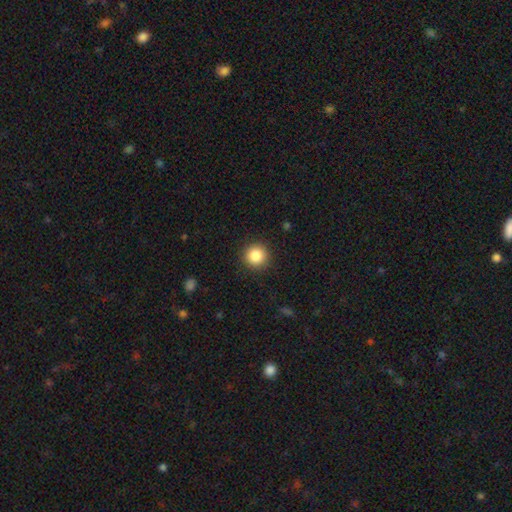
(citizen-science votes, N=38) Morphology: type=smooth (92%); roundness=round (97%); merging=none (92%).